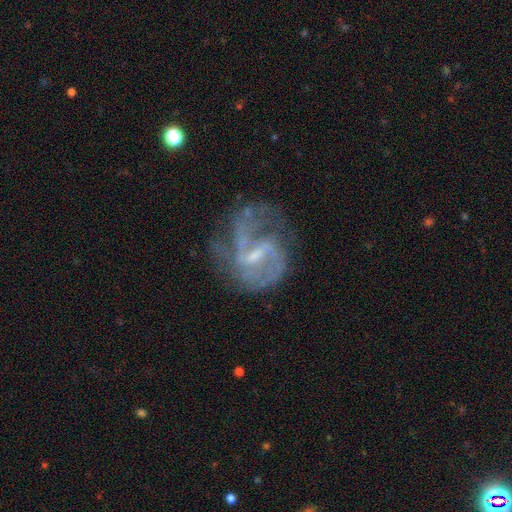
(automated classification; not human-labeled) A featured or disk galaxy (84%) with a weak bar (57%), 2 (62%) medium (45%) spiral arms (87%) and a small central bulge (49%). Merging: none (45%).